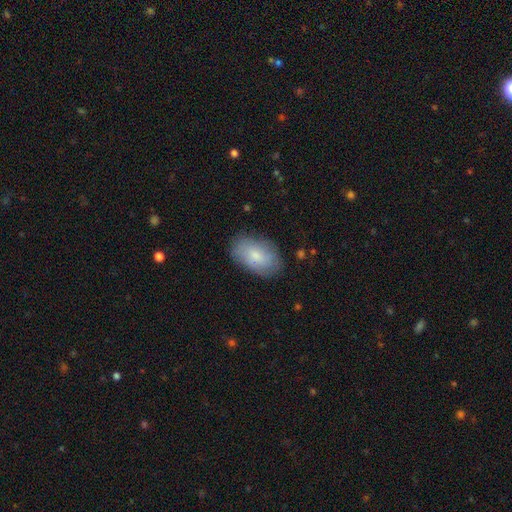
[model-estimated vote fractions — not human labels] smooth-or-featured: smooth: 76% | featured or disk: 18% | star or artifact: 6%
  how-rounded: in between: 94% | round: 5% | cigar-shaped: 2%
  merging: none: 81% | minor disturbance: 14% | major disturbance: 3% | merger: 1%